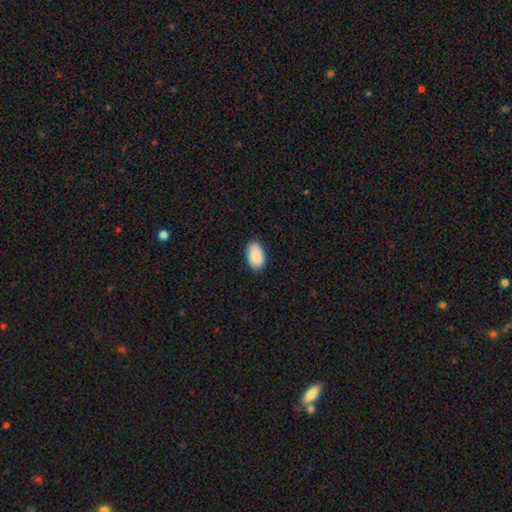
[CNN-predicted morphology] type=smooth (90%); roundness=in between (95%); merging=none (87%).